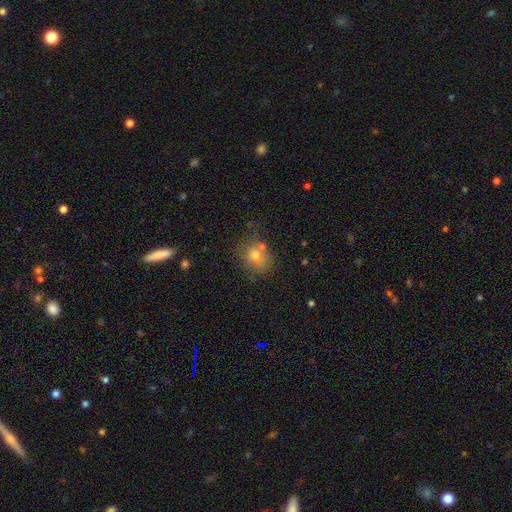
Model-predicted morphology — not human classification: A smooth galaxy with no disk features (71%) that is round (71%). Merging: none (61%).